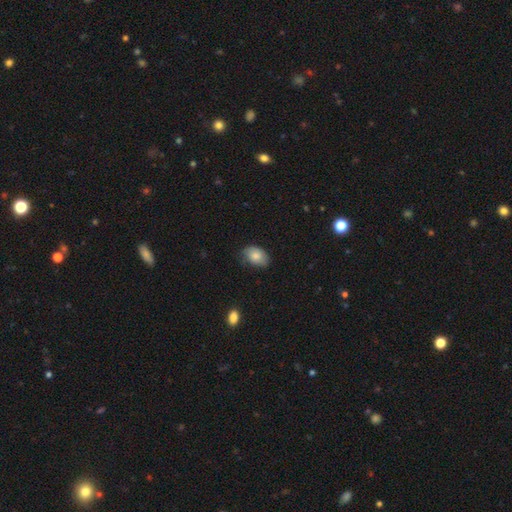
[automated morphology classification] This is clearly a smooth galaxy (80%). How rounded: clearly in between (86%). Merging: likely none (65%).